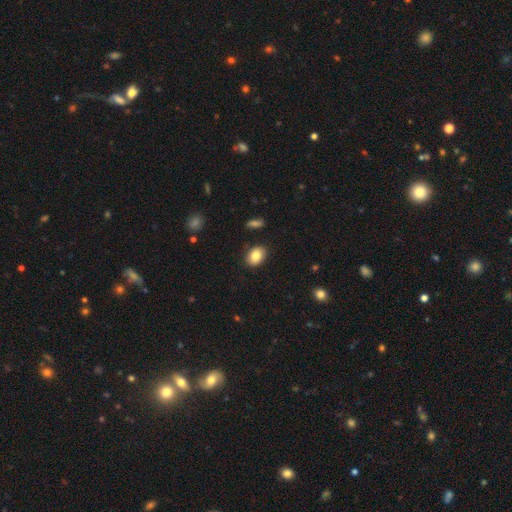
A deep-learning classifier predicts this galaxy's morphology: Smooth or featured? smooth (84%)
How rounded? in between (76%)
Merging? none (87%)